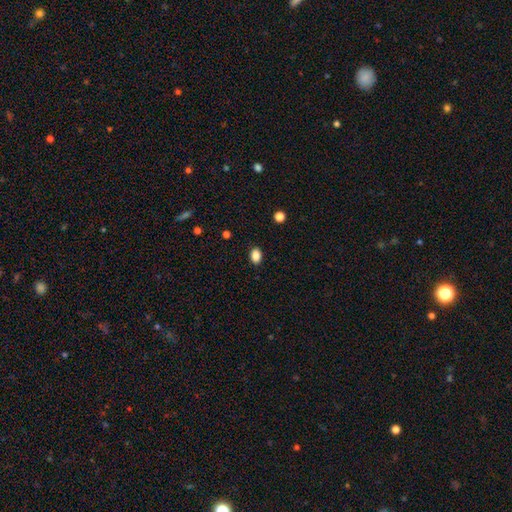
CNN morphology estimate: Smooth or featured?
  - smooth: 88% *
  - star or artifact: 9%
  - featured or disk: 3%
How rounded?
  - in between: 80% *
  - round: 19%
  - cigar-shaped: 1%
Merging?
  - none: 89% *
  - minor disturbance: 8%
  - major disturbance: 2%
  - merger: 1%